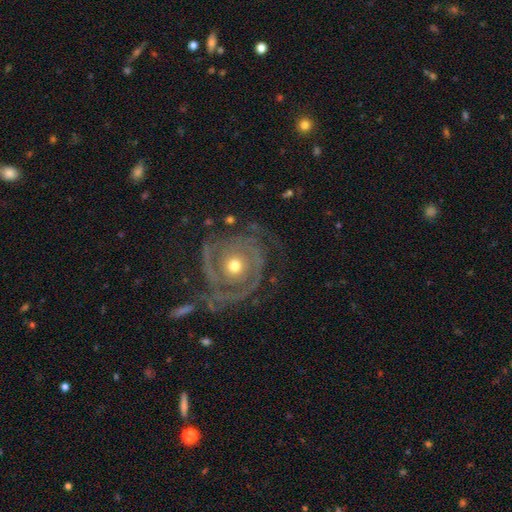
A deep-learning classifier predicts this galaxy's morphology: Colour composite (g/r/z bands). It shows a featured or disk galaxy (87%) with no bar (73%), 2 (48%) tight (68%) spiral arms (94%) and a moderate central bulge (69%). Merging: none (66%).